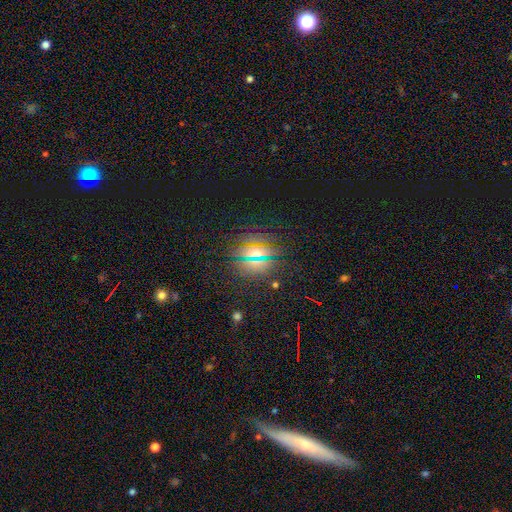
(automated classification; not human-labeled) This appears to be a star or artifact, not a galaxy (46%).